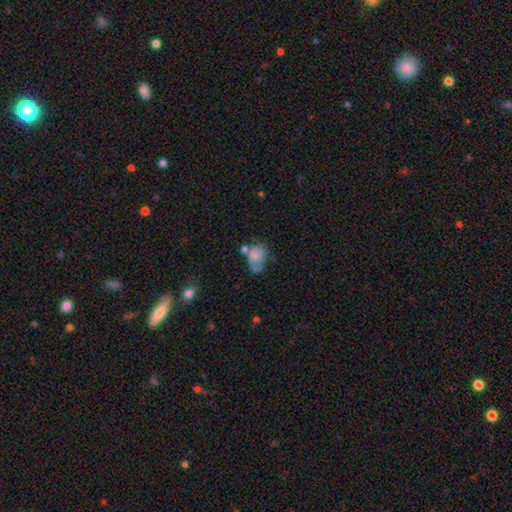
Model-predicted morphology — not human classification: A smooth galaxy with no disk features (68%) that is in between round and cigar-shaped (74%). Merging: none (31%).